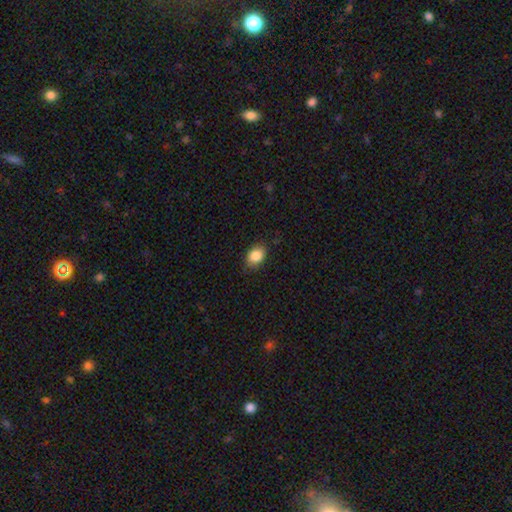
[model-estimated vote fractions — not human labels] The model was most divided on "how rounded": in between: 75%, round: 23%, cigar-shaped: 1%. More confident: smooth or featured — smooth (86%); merging — none (81%).